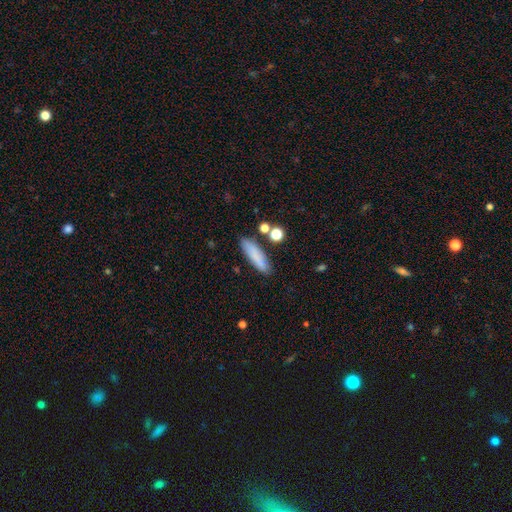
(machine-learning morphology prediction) smooth_or_featured: smooth (p=0.82) [alt: featured or disk p=0.10]
how_rounded: cigar-shaped (p=0.65) [alt: in between p=0.32]
merging: none (p=0.81) [alt: minor disturbance p=0.11]